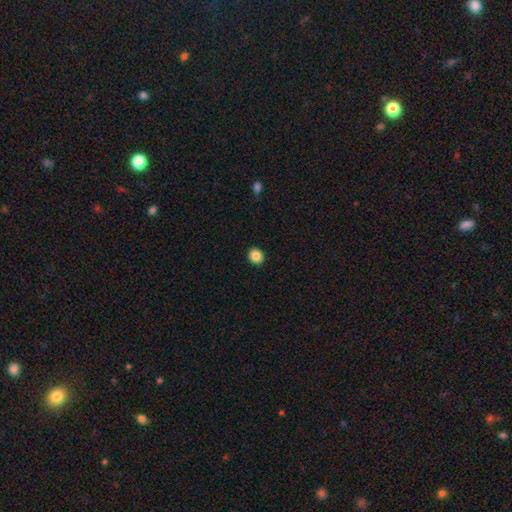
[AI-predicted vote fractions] Smooth or featured: smooth — 86% (star or artifact — 10%)
How rounded: round — 80% (in between — 19%)
Merging: none — 92% (minor disturbance — 5%)